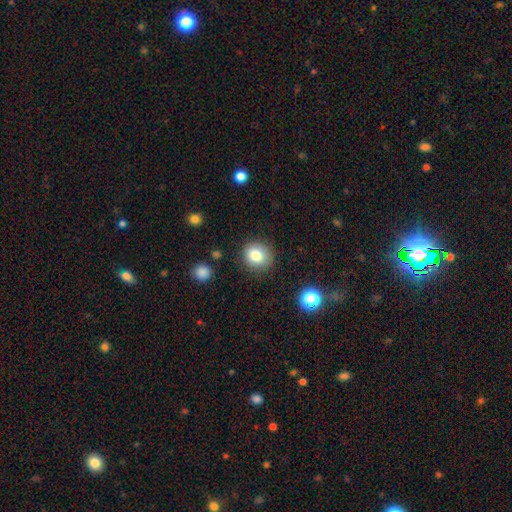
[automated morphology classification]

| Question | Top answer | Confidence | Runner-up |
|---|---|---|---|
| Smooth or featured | smooth | 81% | star or artifact (11%) |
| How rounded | round | 84% | in between (15%) |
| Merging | none | 85% | minor disturbance (10%) |